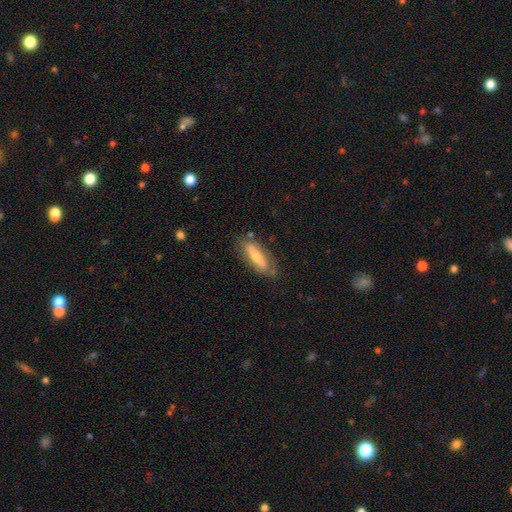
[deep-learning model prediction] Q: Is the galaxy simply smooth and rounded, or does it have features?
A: smooth — 54%.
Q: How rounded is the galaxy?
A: cigar-shaped — 50%.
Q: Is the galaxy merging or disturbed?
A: none — 76%.